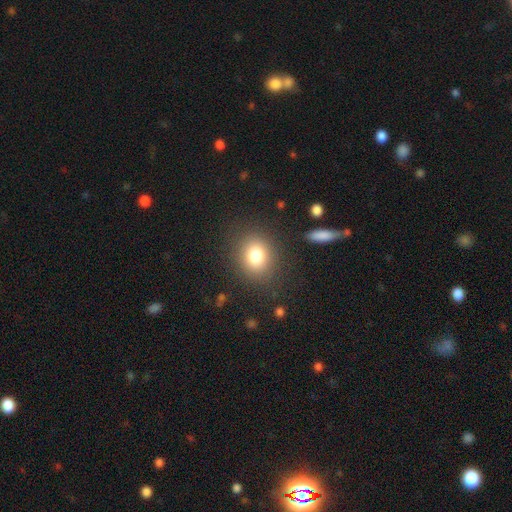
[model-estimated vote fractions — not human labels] This is likely a smooth galaxy (80%). How rounded: likely round (66%). Merging: clearly none (86%).